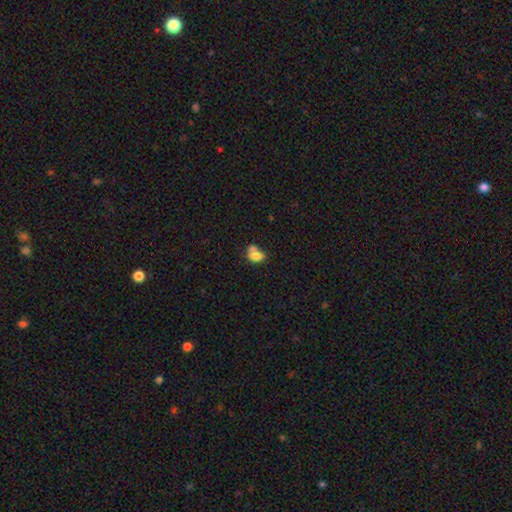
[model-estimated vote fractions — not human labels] Smooth or featured?
  - smooth: 74% *
  - featured or disk: 16%
  - star or artifact: 10%
How rounded?
  - in between: 73% *
  - round: 26%
  - cigar-shaped: 2%
Merging?
  - merger: 49% *
  - none: 31%
  - minor disturbance: 14%
  - major disturbance: 7%